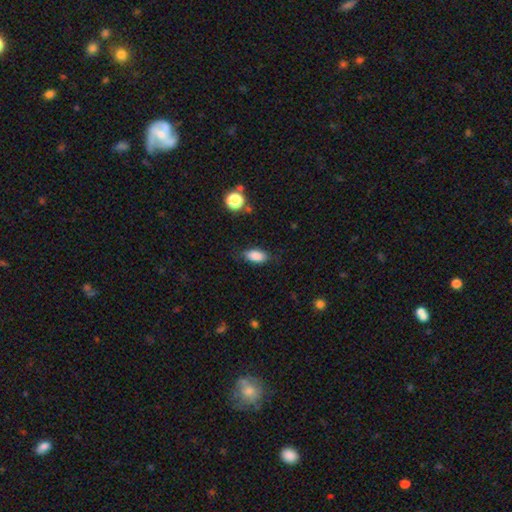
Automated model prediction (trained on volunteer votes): A smooth galaxy with no disk features (86%) that is in between round and cigar-shaped (88%).

Vote fractions:
- Smooth or featured? smooth: 86% / star or artifact: 8% / featured or disk: 6%
- How rounded? in between: 88% / cigar-shaped: 8% / round: 4%
- Merging? none: 80% / minor disturbance: 15% / major disturbance: 4% / merger: 1%